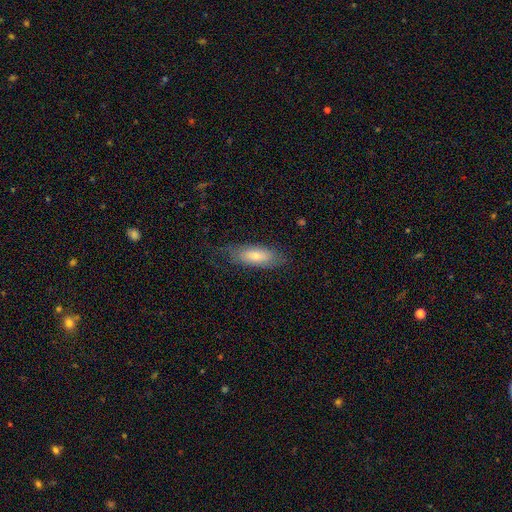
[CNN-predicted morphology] Q: Smooth or featured?
A: smooth (65%); runner-up: featured or disk (28%)
Q: How rounded?
A: in between (67%); runner-up: cigar-shaped (30%)
Q: Merging?
A: none (66%); runner-up: minor disturbance (23%)